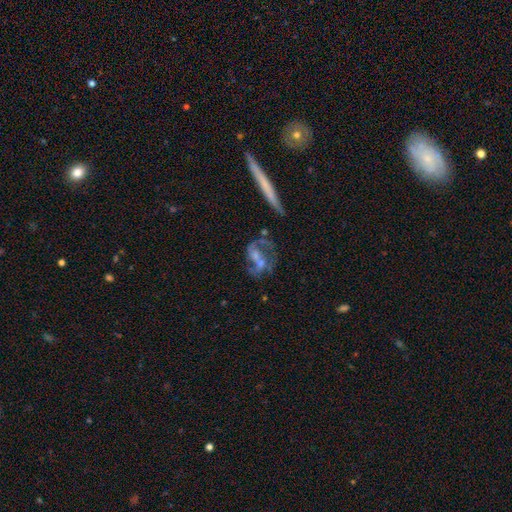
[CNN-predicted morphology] This appears to be a featured or disk galaxy (73%) with no bar (52%), spiral arms (73%) and a moderate central bulge (36%). Merging: none (49%).